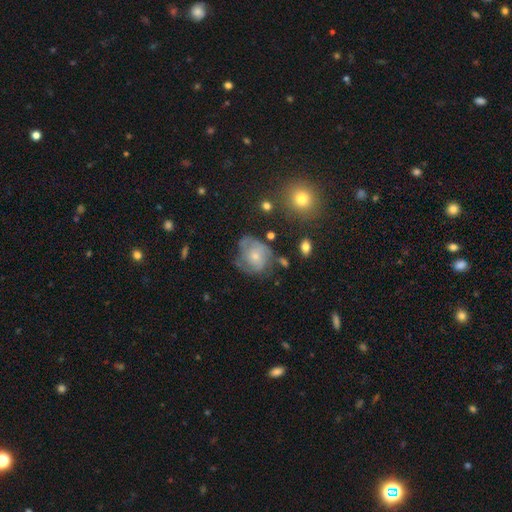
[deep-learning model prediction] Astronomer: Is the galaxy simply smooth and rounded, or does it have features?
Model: smooth — 45%, tied with featured or disk at 45%.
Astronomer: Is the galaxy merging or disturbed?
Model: none — 43% (runner-up: minor disturbance, 29%).